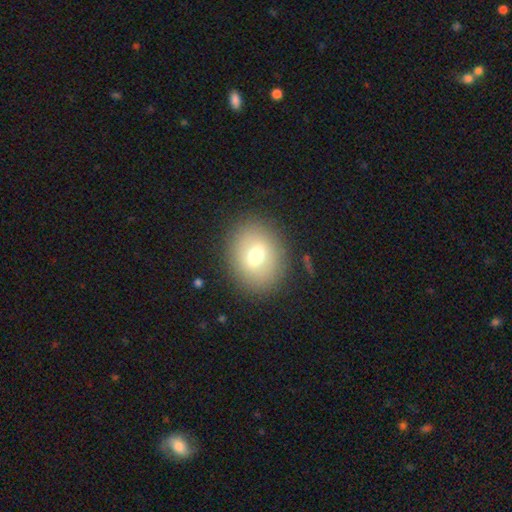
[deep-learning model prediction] Smooth or featured? smooth (66%)
How rounded? round (54%)
Merging? none (86%)